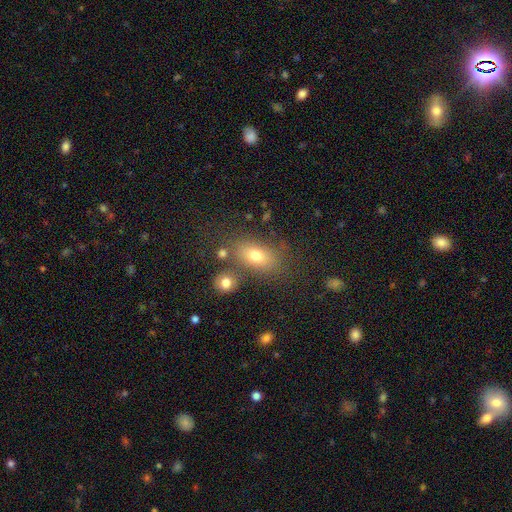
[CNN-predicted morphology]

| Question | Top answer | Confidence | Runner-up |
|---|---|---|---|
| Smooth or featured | smooth | 72% | featured or disk (15%) |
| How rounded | in between | 82% | round (13%) |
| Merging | none | 70% | minor disturbance (14%) |